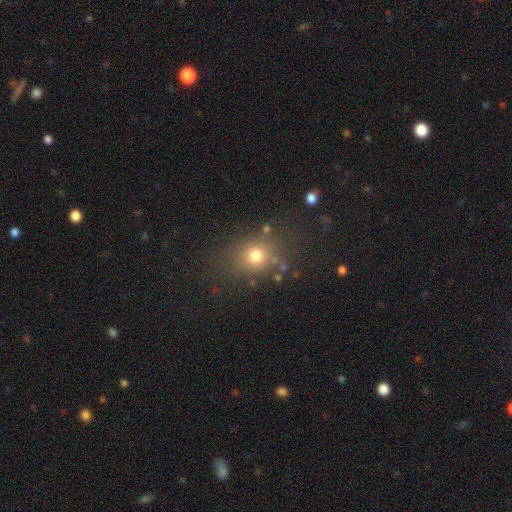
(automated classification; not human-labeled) The model was most divided on "how rounded": round: 65%, in between: 34%, cigar-shaped: 1%. More confident: merging — none (77%); smooth or featured — smooth (73%).